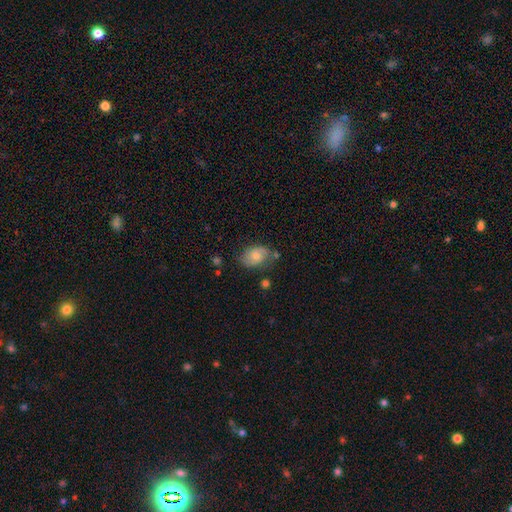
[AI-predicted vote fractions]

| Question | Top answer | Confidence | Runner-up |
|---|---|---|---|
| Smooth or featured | smooth | 64% | featured or disk (28%) |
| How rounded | in between | 81% | round (17%) |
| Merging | none | 63% | minor disturbance (25%) |